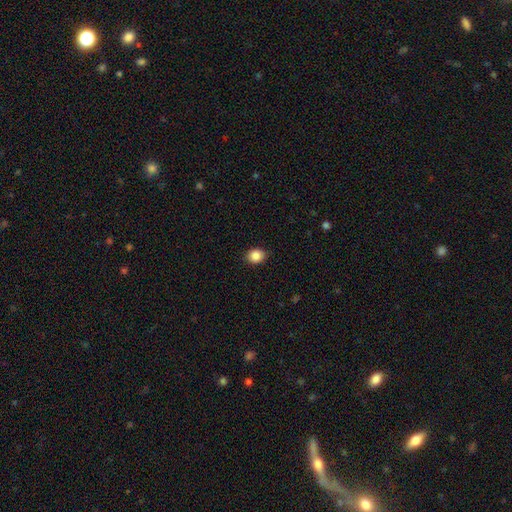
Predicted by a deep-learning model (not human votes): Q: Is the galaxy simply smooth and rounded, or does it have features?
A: smooth — 87%.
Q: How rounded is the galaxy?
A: round — 61%.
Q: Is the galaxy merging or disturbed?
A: none — 88%.